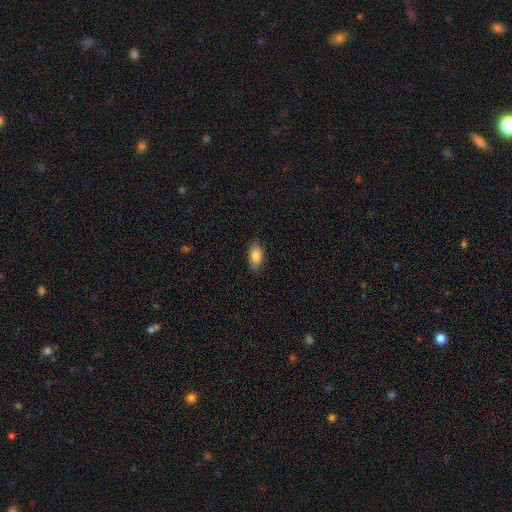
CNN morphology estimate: Smooth or featured?
  - smooth: 87% *
  - star or artifact: 7%
  - featured or disk: 6%
How rounded?
  - in between: 91% *
  - cigar-shaped: 6%
  - round: 3%
Merging?
  - none: 87% *
  - minor disturbance: 10%
  - major disturbance: 2%
  - merger: 1%